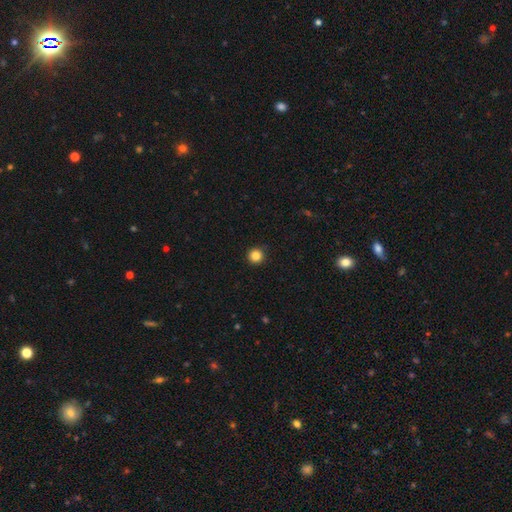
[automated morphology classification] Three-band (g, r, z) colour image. It shows a smooth galaxy with no disk features (85%) that is round (96%). Merging: none (93%).